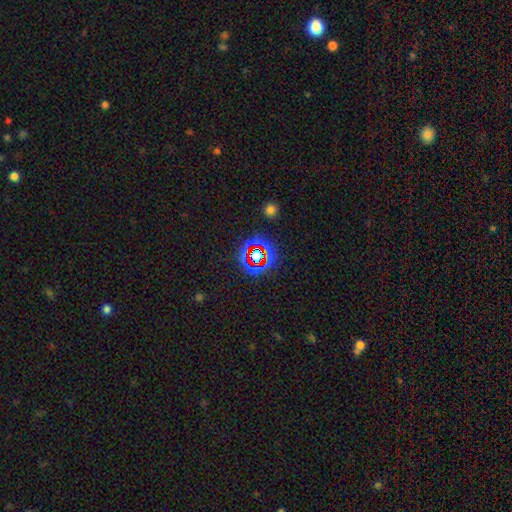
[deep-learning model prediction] smooth_or_featured: star or artifact (p=0.74) [alt: smooth p=0.16]